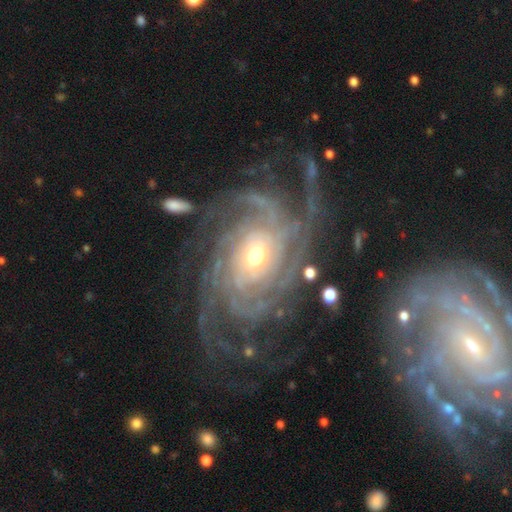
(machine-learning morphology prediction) Smooth or featured: featured or disk — 92% (star or artifact — 5%)
Edge-on disk: no — 97% (yes — 3%)
Bar: no — 67% (weak — 23%)
Spiral arms: yes — 98% (no — 2%)
Spiral winding: tight — 69% (medium — 25%)
Spiral arm count: more than 4 — 27% (4 — 25%)
Bulge size: moderate — 59% (small — 33%)
Merging: none — 67% (minor disturbance — 17%)